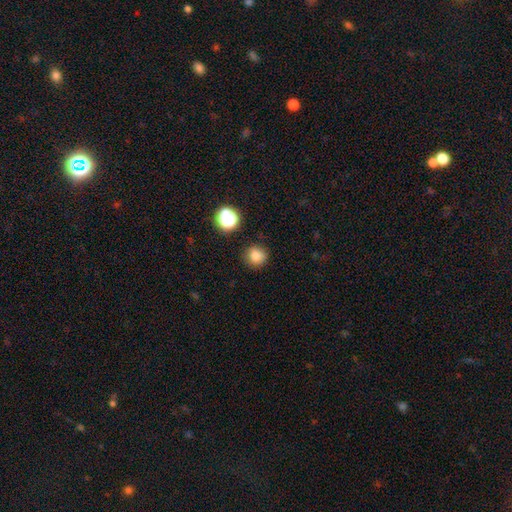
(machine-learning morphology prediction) Smooth or featured? Predicted: smooth (p=0.81). How rounded? Predicted: round (p=0.89). Merging? Predicted: none (p=0.86).